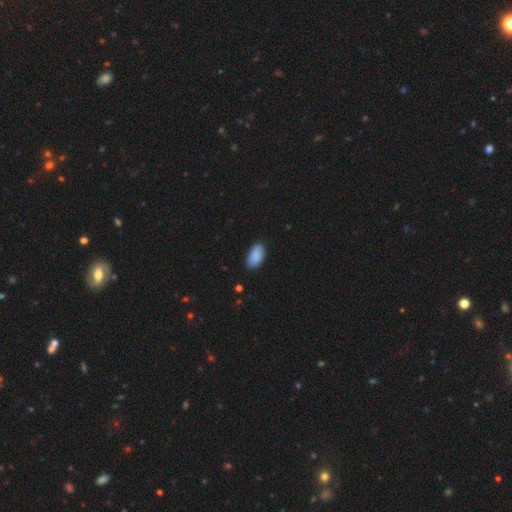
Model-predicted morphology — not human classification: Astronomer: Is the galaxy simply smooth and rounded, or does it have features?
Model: smooth — 89%.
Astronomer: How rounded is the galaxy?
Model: in between — 95%.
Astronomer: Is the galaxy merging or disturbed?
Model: none — 83%.